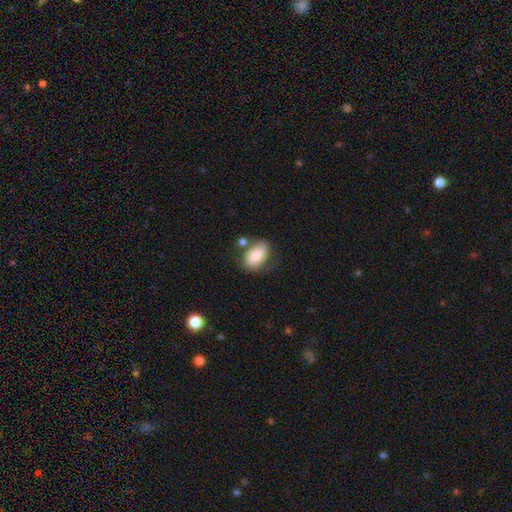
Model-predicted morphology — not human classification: Smooth or featured? Predicted: smooth (p=0.75). How rounded? Predicted: in between (p=0.87). Merging? Predicted: none (p=0.61).